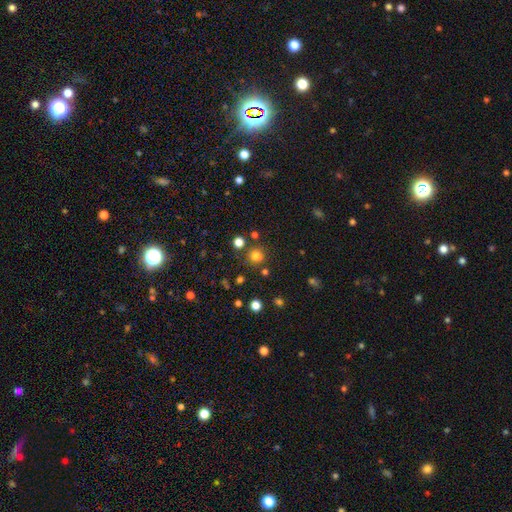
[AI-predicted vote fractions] Smooth or featured? Predicted: smooth (p=0.76). How rounded? Predicted: round (p=0.92). Merging? Predicted: none (p=0.82).